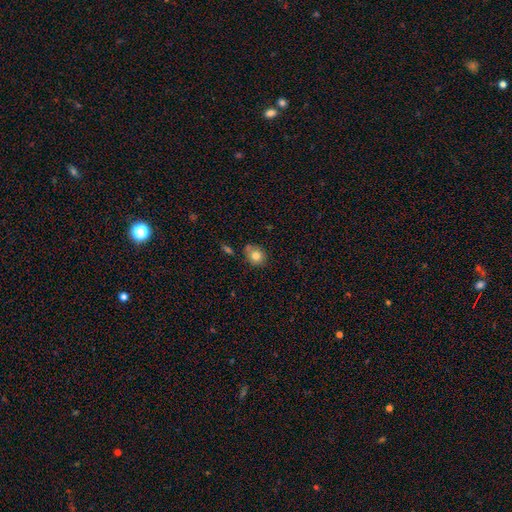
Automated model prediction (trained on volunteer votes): Smooth or featured? Predicted: smooth (p=0.82). How rounded? Predicted: round (p=0.71). Merging? Predicted: none (p=0.68).